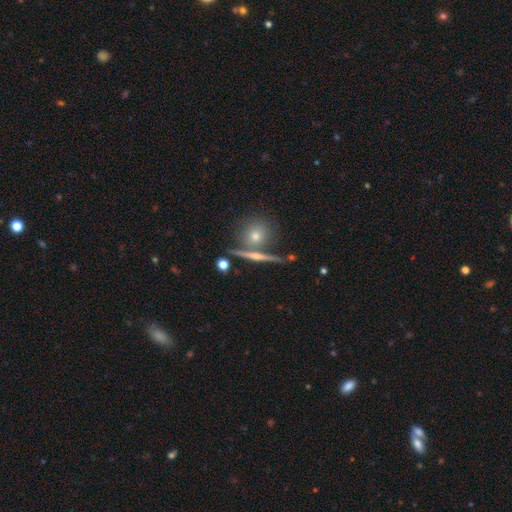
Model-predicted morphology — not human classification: smooth_or_featured: featured or disk (p=0.60) [alt: smooth p=0.30]
disk_edge_on: yes (p=0.93) [alt: no p=0.07]
edge_on_bulge: rounded (p=0.65) [alt: none p=0.28]
merging: none (p=0.73) [alt: merger p=0.15]